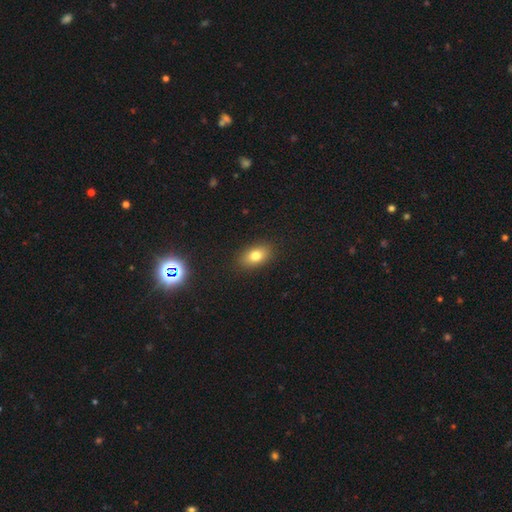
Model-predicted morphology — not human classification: smooth-or-featured: smooth: 78% | featured or disk: 12% | star or artifact: 10%
  how-rounded: in between: 84% | round: 13% | cigar-shaped: 3%
  merging: none: 88% | minor disturbance: 9% | major disturbance: 2% | merger: 1%